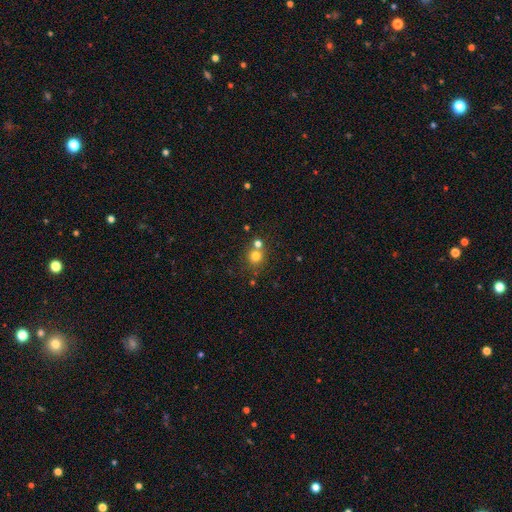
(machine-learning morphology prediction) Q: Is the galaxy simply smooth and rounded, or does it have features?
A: smooth — 75%.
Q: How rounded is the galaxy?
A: round — 88%.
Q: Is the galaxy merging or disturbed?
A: none — 59%.